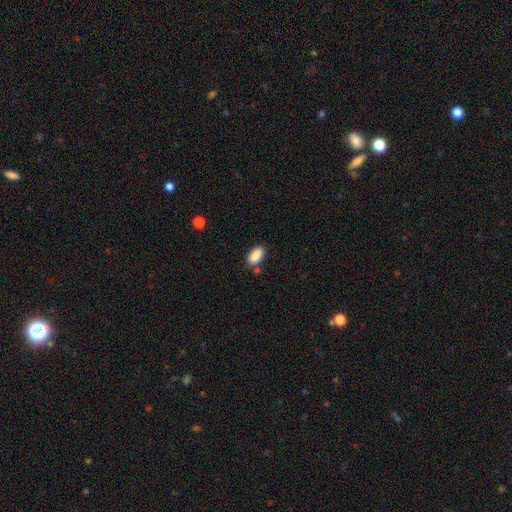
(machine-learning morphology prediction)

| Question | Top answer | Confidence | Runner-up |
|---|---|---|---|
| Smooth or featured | smooth | 89% | star or artifact (7%) |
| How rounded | in between | 93% | cigar-shaped (4%) |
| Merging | none | 77% | minor disturbance (14%) |